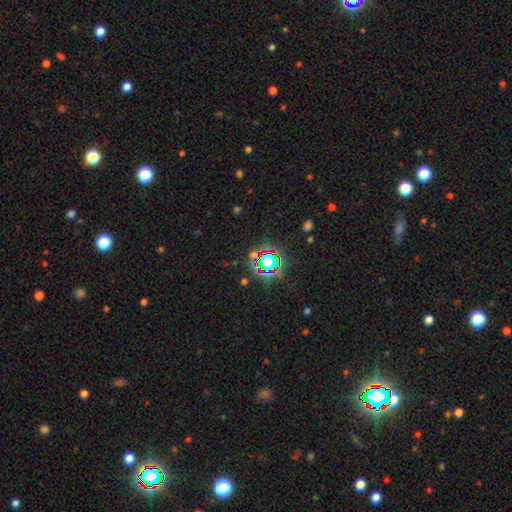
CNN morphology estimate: Smooth or featured? star or artifact (76%)